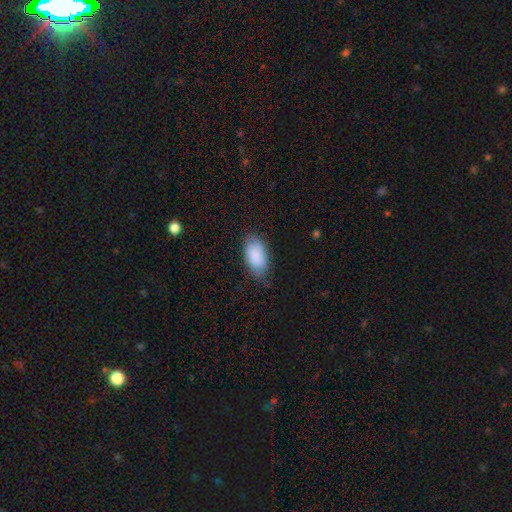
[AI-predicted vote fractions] smooth_or_featured: smooth (p=0.87) [alt: featured or disk p=0.07]
how_rounded: in between (p=0.94) [alt: round p=0.04]
merging: none (p=0.70) [alt: minor disturbance p=0.23]